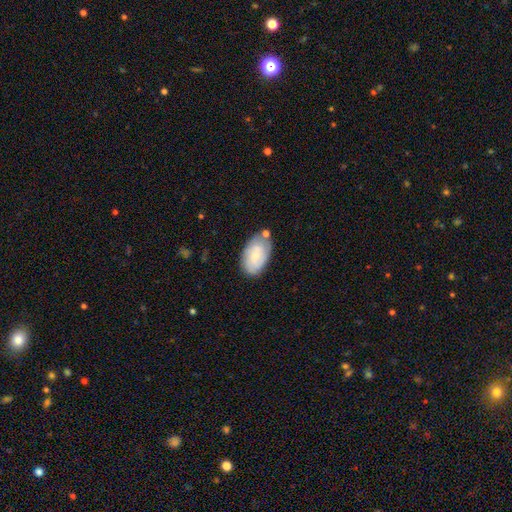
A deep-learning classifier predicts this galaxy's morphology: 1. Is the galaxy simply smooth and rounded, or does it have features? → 64% smooth, 30% featured or disk, 6% star or artifact.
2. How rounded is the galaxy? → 94% in between, 5% round, 2% cigar-shaped.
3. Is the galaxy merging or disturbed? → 63% none, 23% minor disturbance, 9% merger, 6% major disturbance.